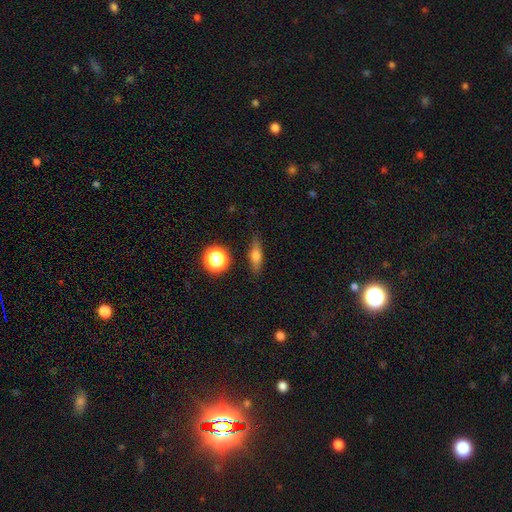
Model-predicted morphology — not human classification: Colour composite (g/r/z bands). It shows a smooth galaxy with no disk features (58%) that is cigar-shaped (49%). Merging: none (84%).